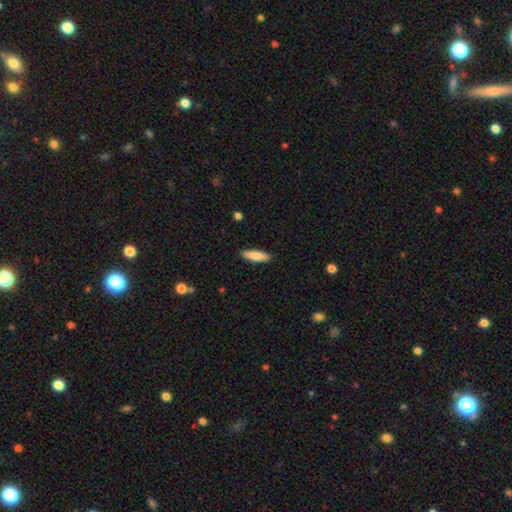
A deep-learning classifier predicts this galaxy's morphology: smooth-or-featured: smooth: 77% | featured or disk: 17% | star or artifact: 6%
  how-rounded: cigar-shaped: 62% | in between: 36% | round: 2%
  merging: none: 89% | minor disturbance: 8% | major disturbance: 2% | merger: 1%